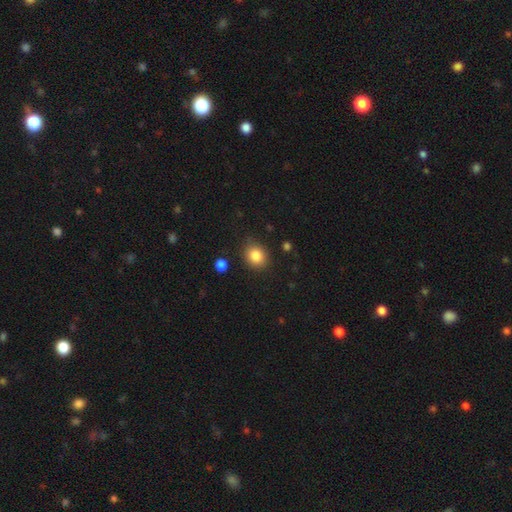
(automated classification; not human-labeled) A smooth galaxy with no disk features (84%) that is round (70%). Merging: none (85%).